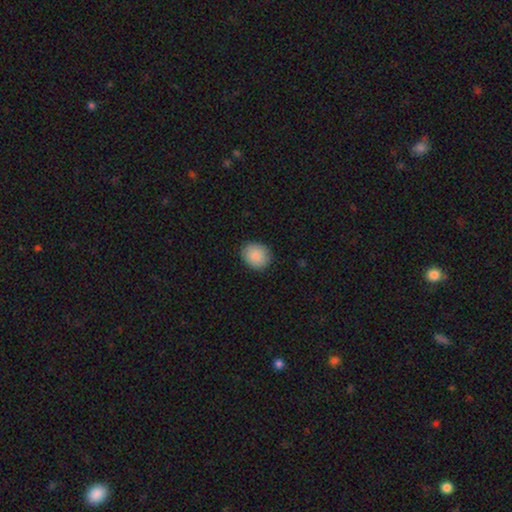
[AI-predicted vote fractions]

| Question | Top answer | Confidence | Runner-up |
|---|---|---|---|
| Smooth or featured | smooth | 89% | star or artifact (7%) |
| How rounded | round | 71% | in between (28%) |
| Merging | none | 87% | minor disturbance (10%) |